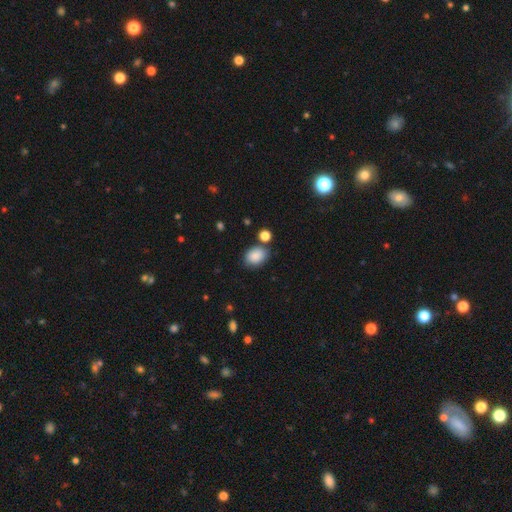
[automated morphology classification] Smooth or featured? smooth (87%)
How rounded? in between (70%)
Merging? none (73%)